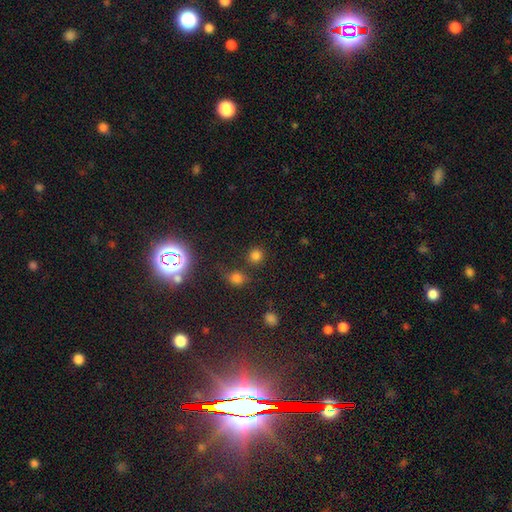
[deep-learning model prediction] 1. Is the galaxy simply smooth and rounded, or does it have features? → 76% smooth, 19% star or artifact, 5% featured or disk.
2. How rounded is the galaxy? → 89% round, 10% in between, 1% cigar-shaped.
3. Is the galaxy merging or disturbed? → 76% none, 11% merger, 9% minor disturbance, 4% major disturbance.